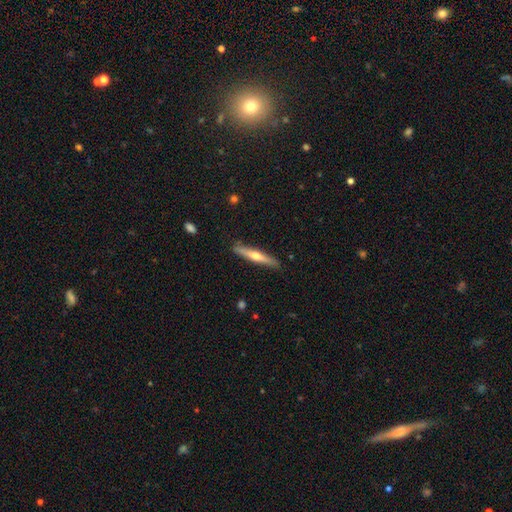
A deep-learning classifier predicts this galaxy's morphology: Overall: featured or disk (54%; smooth 41%). Edge-on disk: yes (95%). Edge-on bulge: rounded (85%). Merging: none (87%).